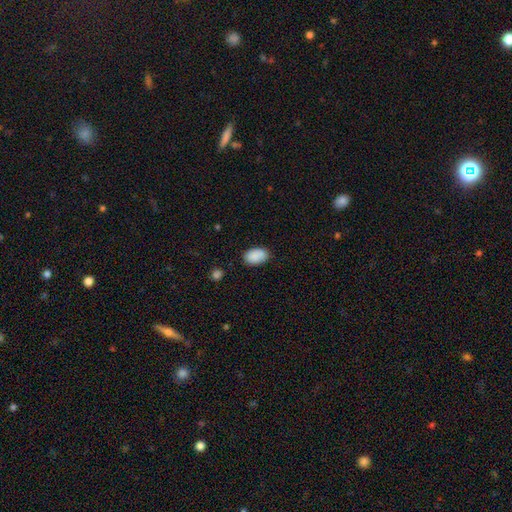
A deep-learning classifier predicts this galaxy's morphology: smooth-or-featured: smooth: 89% | star or artifact: 7% | featured or disk: 4%
  how-rounded: in between: 91% | round: 8% | cigar-shaped: 1%
  merging: none: 81% | minor disturbance: 14% | major disturbance: 3% | merger: 2%